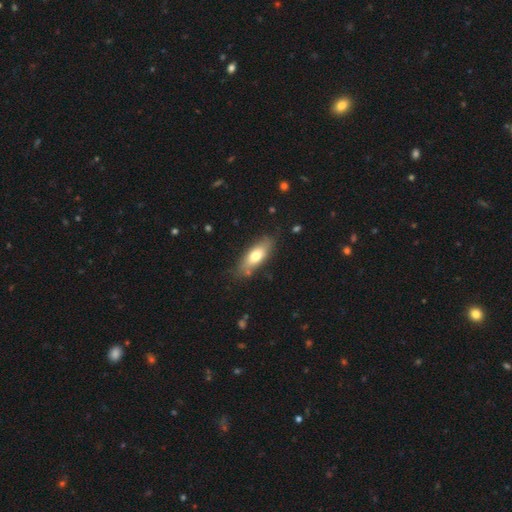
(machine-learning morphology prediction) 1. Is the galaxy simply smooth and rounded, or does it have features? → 68% smooth, 25% featured or disk, 6% star or artifact.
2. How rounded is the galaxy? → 73% in between, 25% cigar-shaped, 3% round.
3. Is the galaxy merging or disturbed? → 78% none, 16% minor disturbance, 4% major disturbance, 3% merger.